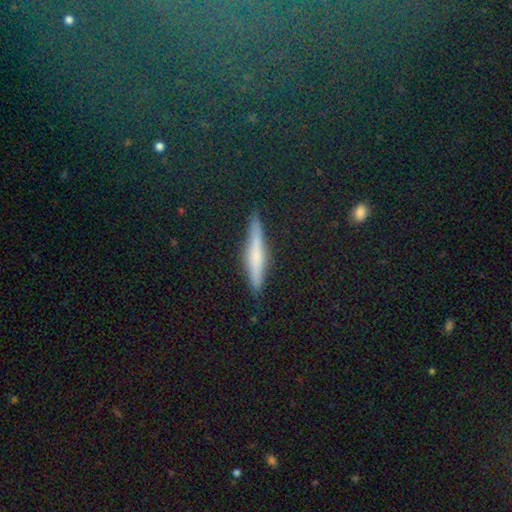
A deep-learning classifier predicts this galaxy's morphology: Smooth or featured: smooth — 46% (featured or disk — 43%)
Merging: none — 88% (minor disturbance — 9%)